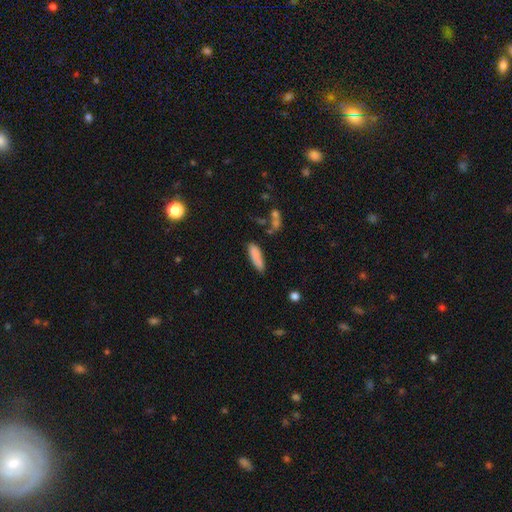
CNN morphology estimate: A smooth galaxy with no disk features (85%) that is cigar-shaped (53%). Merging: none (73%).